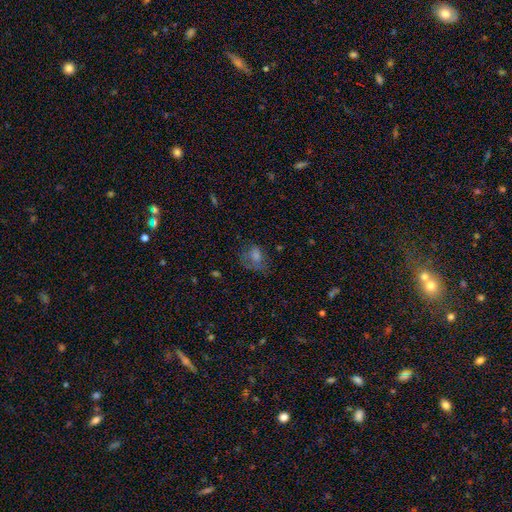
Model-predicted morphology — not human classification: This is possibly a smooth galaxy (49%). Merging: possibly none (48%).